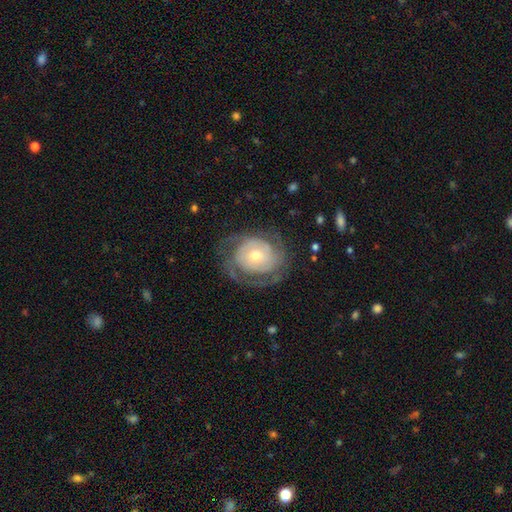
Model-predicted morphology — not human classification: A featured or disk galaxy (81%) with no bar (75%), 2 (39%) tight (63%) spiral arms (91%) and a moderate central bulge (48%).

Vote fractions:
- Smooth or featured? featured or disk: 81% / smooth: 14% / star or artifact: 5%
- Edge-on disk? no: 97% / yes: 3%
- Bar? no: 75% / weak: 20% / strong: 5%
- Spiral arms? yes: 91% / no: 9%
- Spiral winding? tight: 63% / medium: 27% / loose: 9%
- Spiral arm count? 2: 39% / can't tell: 29% / 3: 17% / 1: 6% / 4: 5% / more than 4: 4%
- Bulge size? moderate: 48% / small: 45% / large: 4% / none: 1% / dominant: 1%
- Merging? none: 66% / minor disturbance: 18% / major disturbance: 14% / merger: 1%